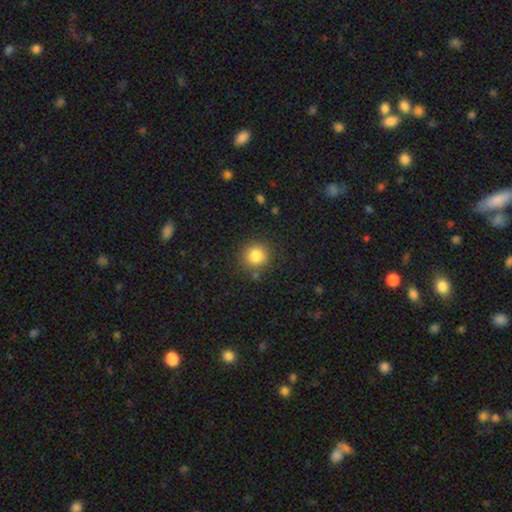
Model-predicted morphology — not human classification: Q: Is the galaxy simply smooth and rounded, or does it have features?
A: smooth — 83%.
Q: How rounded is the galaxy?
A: round — 90%.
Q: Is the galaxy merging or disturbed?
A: none — 86%.